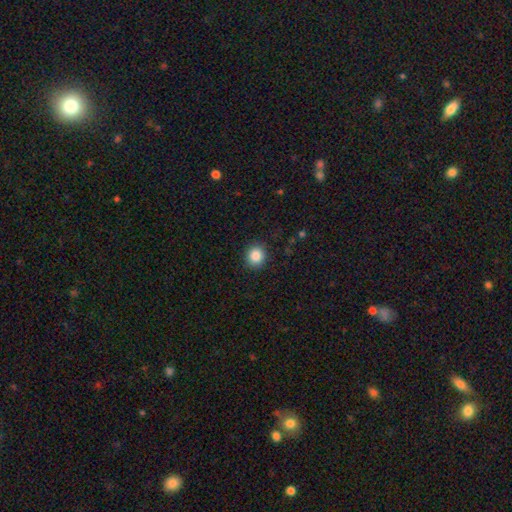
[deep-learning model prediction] The model was most divided on "how rounded": round: 82%, in between: 17%, cigar-shaped: 1%. More confident: merging — none (90%); smooth or featured — smooth (86%).